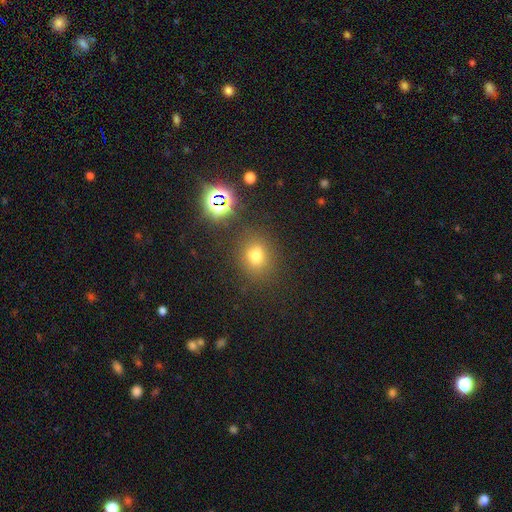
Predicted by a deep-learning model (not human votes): Smooth or featured? smooth (69%)
How rounded? round (57%)
Merging? none (78%)